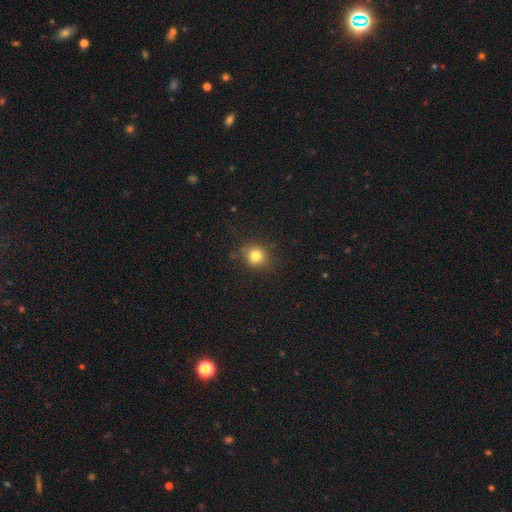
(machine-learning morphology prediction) Smooth or featured: smooth — 80% (star or artifact — 13%)
How rounded: round — 87% (in between — 12%)
Merging: none — 85% (minor disturbance — 10%)